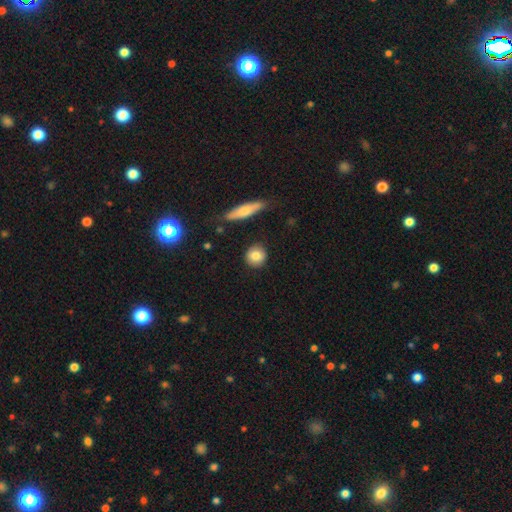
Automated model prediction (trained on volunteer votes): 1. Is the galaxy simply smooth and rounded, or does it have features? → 82% smooth, 11% featured or disk, 7% star or artifact.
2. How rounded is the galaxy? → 86% round, 11% in between, 2% cigar-shaped.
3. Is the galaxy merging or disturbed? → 88% none, 8% minor disturbance, 2% merger, 2% major disturbance.